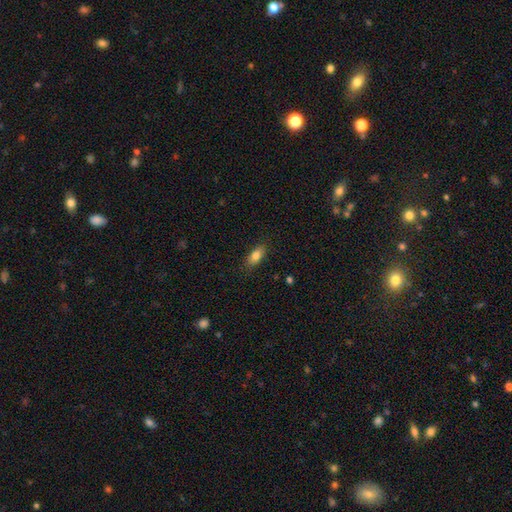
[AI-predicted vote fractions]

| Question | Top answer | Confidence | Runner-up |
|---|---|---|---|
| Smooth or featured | smooth | 81% | featured or disk (11%) |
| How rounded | in between | 84% | cigar-shaped (13%) |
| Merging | none | 86% | minor disturbance (11%) |